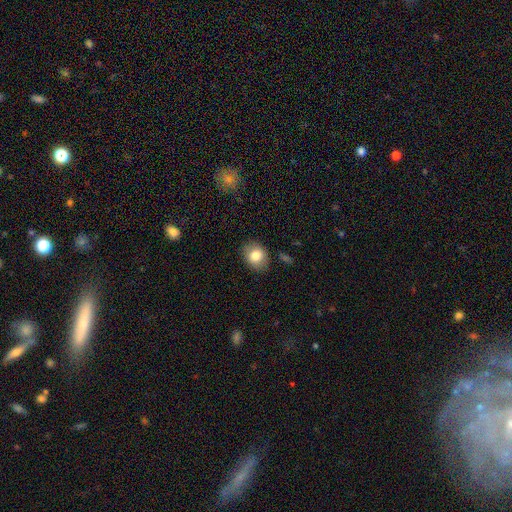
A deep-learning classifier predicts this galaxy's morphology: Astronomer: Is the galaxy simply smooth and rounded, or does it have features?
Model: smooth — 81%.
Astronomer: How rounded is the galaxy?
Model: in between — 52% (runner-up: round, 47%).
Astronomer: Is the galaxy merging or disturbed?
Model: none — 84%.